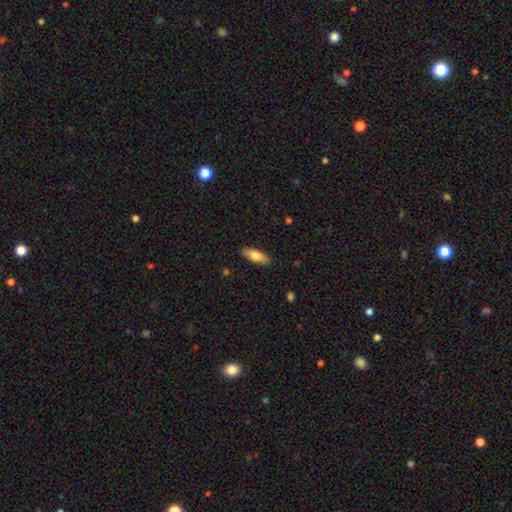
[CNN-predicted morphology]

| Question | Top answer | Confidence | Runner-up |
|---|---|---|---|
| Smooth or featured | smooth | 72% | featured or disk (22%) |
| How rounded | in between | 61% | cigar-shaped (37%) |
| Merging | none | 89% | minor disturbance (8%) |